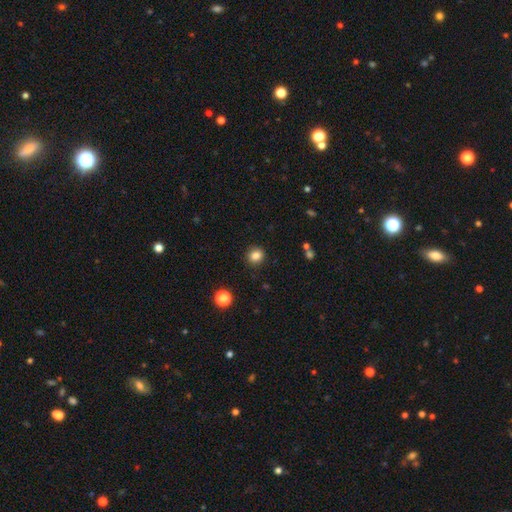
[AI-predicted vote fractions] A smooth galaxy with no disk features (84%) that is round (81%). Merging: none (90%).